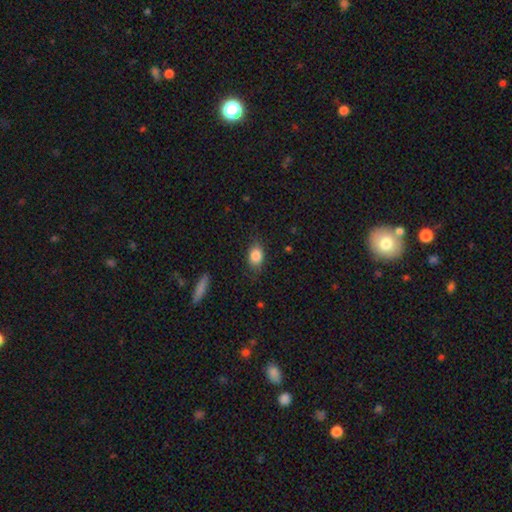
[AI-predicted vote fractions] This is clearly a smooth galaxy (84%). How rounded: likely in between (74%). Merging: likely none (77%).